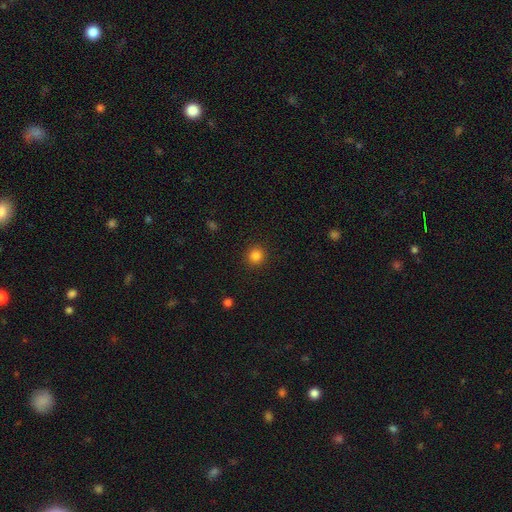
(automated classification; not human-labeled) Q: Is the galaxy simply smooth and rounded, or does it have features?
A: smooth — 83%.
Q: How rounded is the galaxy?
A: round — 92%.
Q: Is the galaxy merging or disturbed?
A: none — 92%.